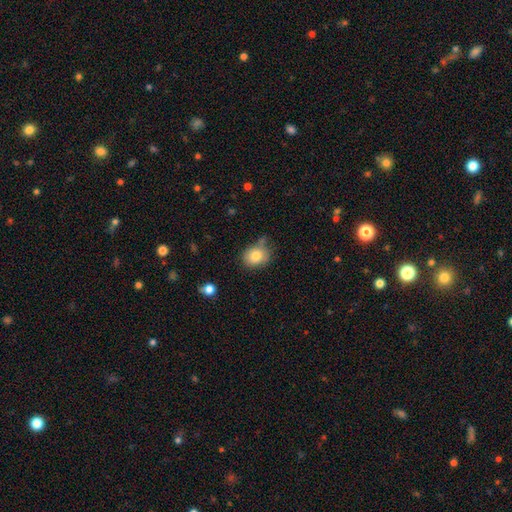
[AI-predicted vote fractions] This is clearly a smooth galaxy (82%). How rounded: likely round (61%). Merging: likely none (64%).